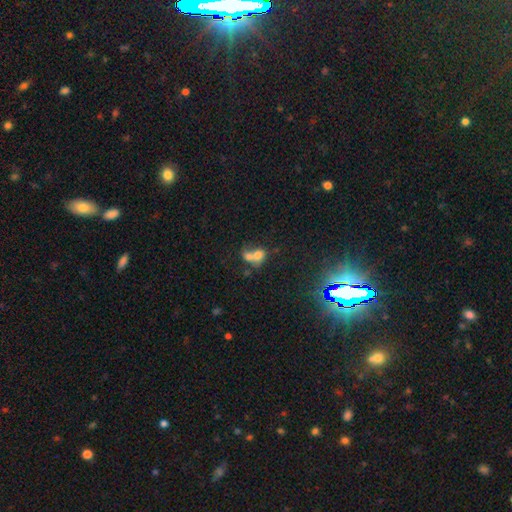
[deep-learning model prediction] Smooth or featured: smooth — 65% (featured or disk — 22%)
How rounded: round — 51% (in between — 48%)
Merging: merger — 72% (none — 17%)